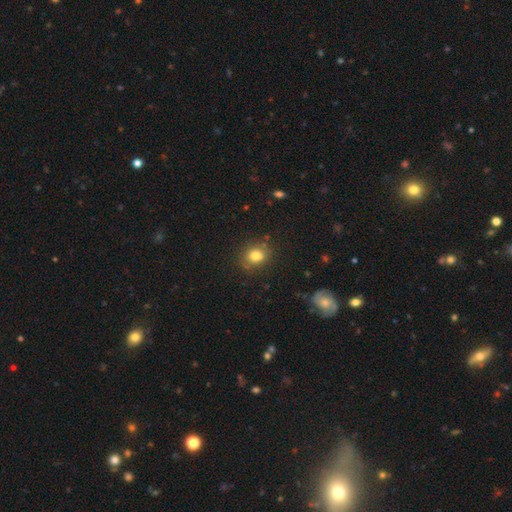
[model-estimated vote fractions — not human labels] Smooth or featured: smooth — 80% (star or artifact — 12%)
How rounded: round — 63% (in between — 36%)
Merging: none — 79% (minor disturbance — 14%)